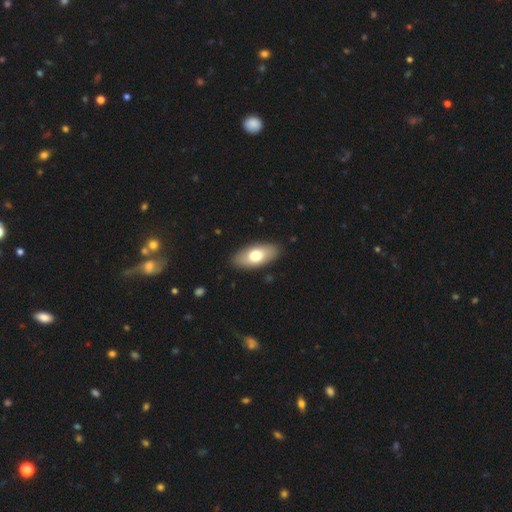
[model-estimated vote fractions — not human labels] Smooth or featured? smooth (69%)
How rounded? in between (90%)
Merging? none (88%)